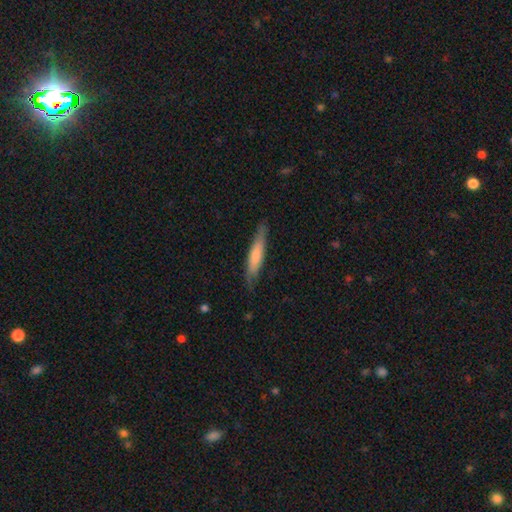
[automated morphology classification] Smooth or featured?
  - smooth: 65% *
  - featured or disk: 29%
  - star or artifact: 5%
How rounded?
  - cigar-shaped: 88% *
  - in between: 11%
  - round: 1%
Merging?
  - none: 78% *
  - minor disturbance: 17%
  - major disturbance: 3%
  - merger: 1%